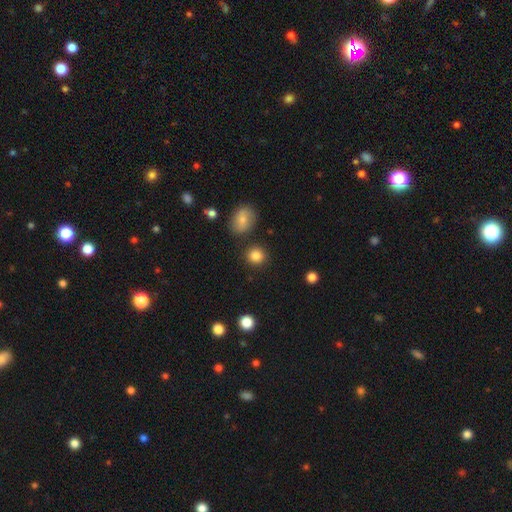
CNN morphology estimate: Q: Smooth or featured?
A: smooth (85%); runner-up: star or artifact (10%)
Q: How rounded?
A: round (86%); runner-up: in between (13%)
Q: Merging?
A: none (84%); runner-up: minor disturbance (8%)